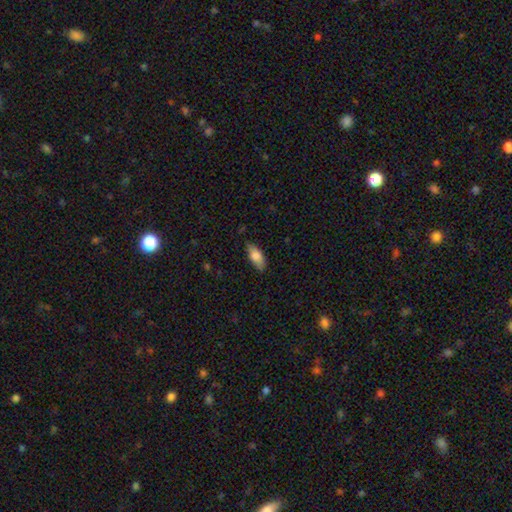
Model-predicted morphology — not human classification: A smooth galaxy with no disk features (79%) that is in between round and cigar-shaped (83%). Merging: none (74%).